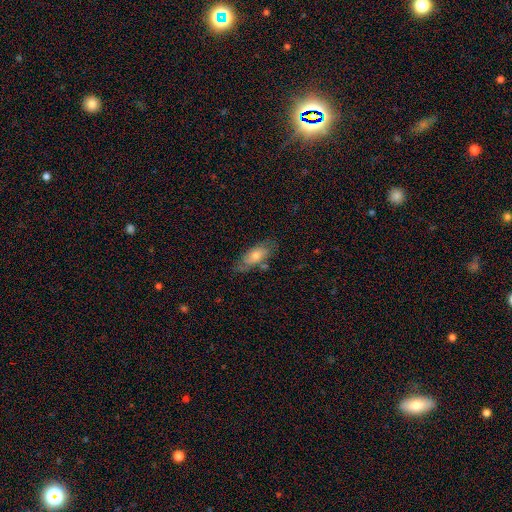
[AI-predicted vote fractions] smooth_or_featured: smooth (p=0.54) [alt: featured or disk p=0.38]
how_rounded: in between (p=0.75) [alt: cigar-shaped p=0.21]
merging: none (p=0.67) [alt: minor disturbance p=0.22]